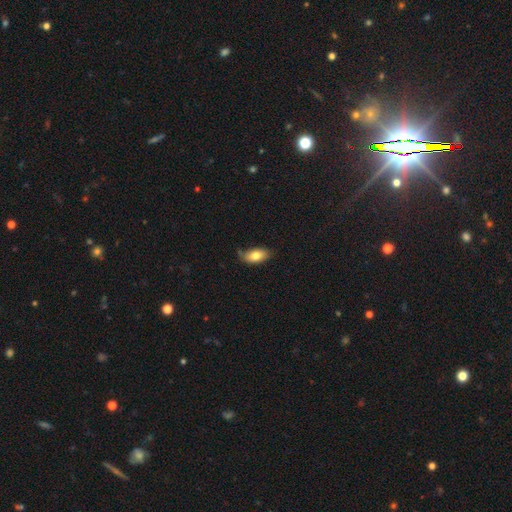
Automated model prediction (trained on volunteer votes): smooth 78%, featured or disk 14%, star or artifact 7%. Down the decision tree: how rounded — in between (91%); merging — none (63%).